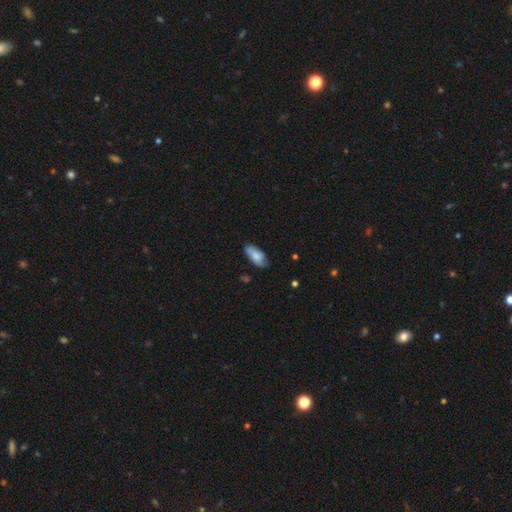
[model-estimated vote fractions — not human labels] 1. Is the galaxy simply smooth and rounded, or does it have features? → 66% smooth, 27% featured or disk, 7% star or artifact.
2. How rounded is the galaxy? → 86% in between, 11% cigar-shaped, 2% round.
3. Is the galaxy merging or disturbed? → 72% none, 22% minor disturbance, 4% major disturbance, 2% merger.